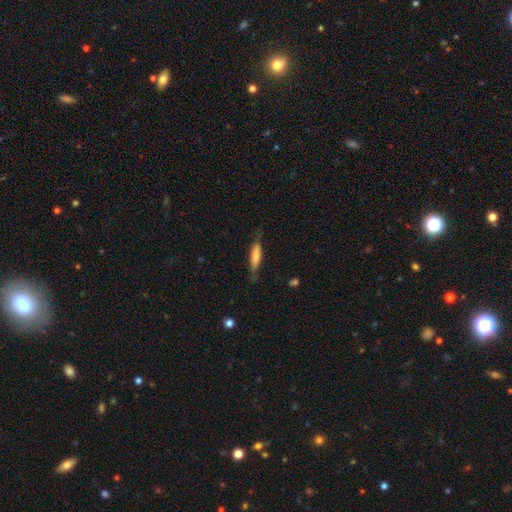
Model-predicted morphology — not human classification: smooth 69%, featured or disk 26%, star or artifact 6%. Down the decision tree: how rounded — cigar-shaped (77%); merging — none (71%).